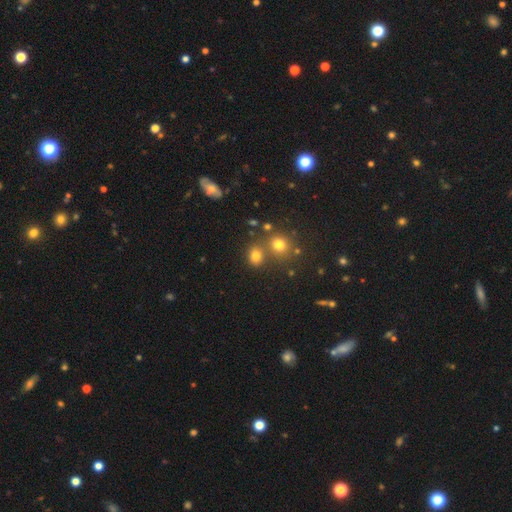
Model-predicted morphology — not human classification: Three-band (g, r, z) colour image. It shows a smooth galaxy with no disk features (74%) that is round (66%). Merging: none (64%).